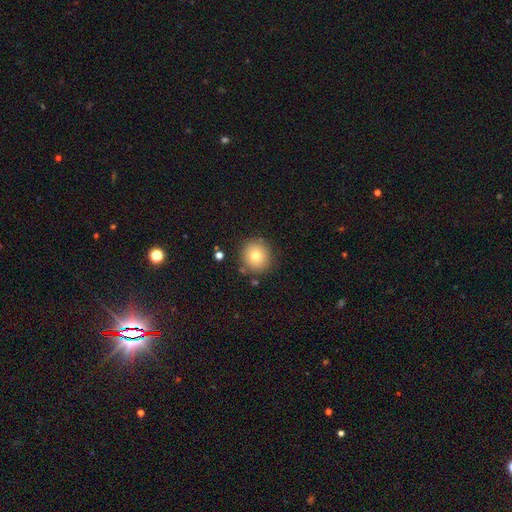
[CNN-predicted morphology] A smooth galaxy with no disk features (78%) that is round (91%).

Vote fractions:
- Smooth or featured? smooth: 78% / star or artifact: 11% / featured or disk: 11%
- How rounded? round: 91% / in between: 8% / cigar-shaped: 1%
- Merging? none: 86% / minor disturbance: 8% / merger: 3% / major disturbance: 3%